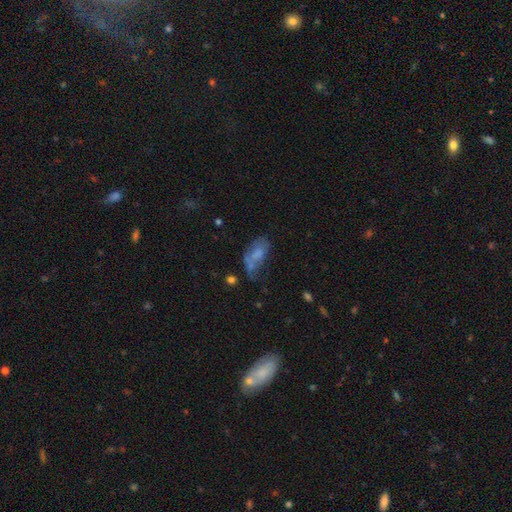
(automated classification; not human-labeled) Smooth or featured? Predicted: smooth (p=0.51). How rounded? Predicted: in between (p=0.87). Merging? Predicted: none (p=0.31).